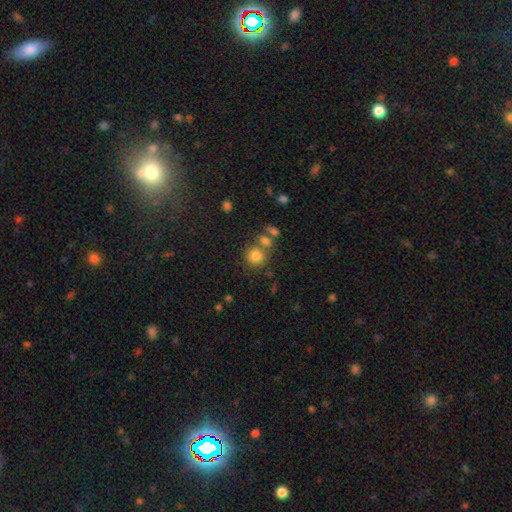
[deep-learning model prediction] This appears to be a smooth galaxy with no disk features (80%) that is round (86%). Merging: none (63%).